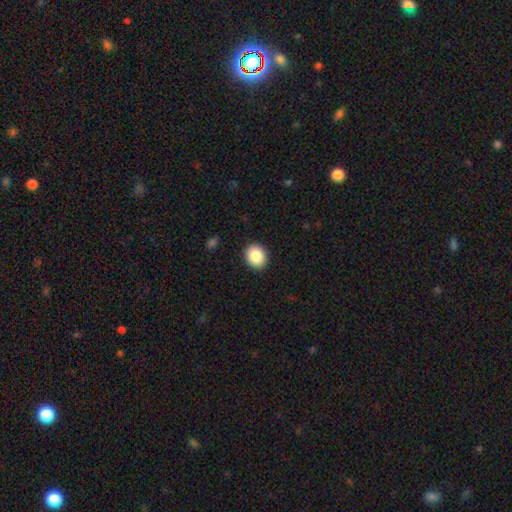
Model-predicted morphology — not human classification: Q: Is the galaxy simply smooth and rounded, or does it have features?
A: smooth — 87%.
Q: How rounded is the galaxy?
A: round — 73%.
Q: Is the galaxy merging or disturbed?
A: none — 92%.